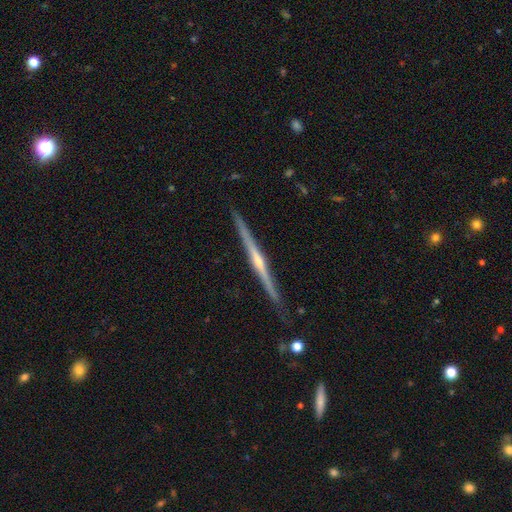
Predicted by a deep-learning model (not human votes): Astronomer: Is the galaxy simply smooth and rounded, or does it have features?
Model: featured or disk — 84%.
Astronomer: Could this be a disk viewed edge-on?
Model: yes — 98%.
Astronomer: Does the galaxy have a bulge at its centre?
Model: rounded — 76%.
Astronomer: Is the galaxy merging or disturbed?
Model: none — 89%.